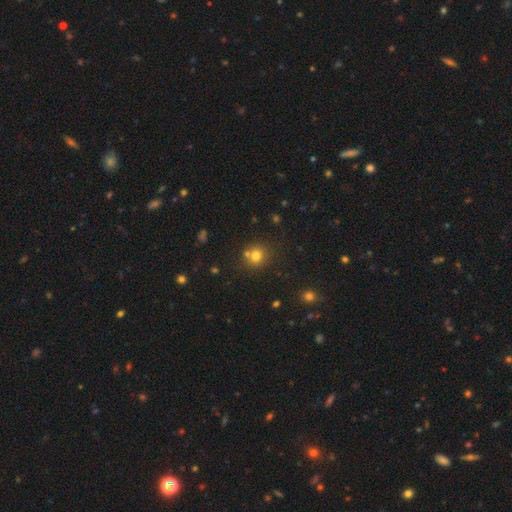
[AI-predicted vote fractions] Smooth or featured? smooth (74%)
How rounded? round (84%)
Merging? none (66%)